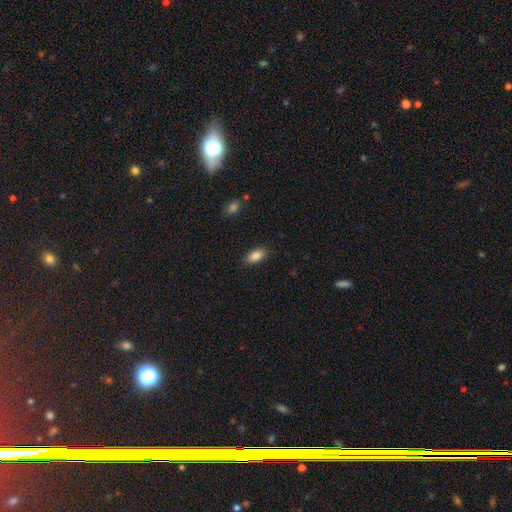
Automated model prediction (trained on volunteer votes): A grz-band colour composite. It shows a smooth galaxy with no disk features (86%) that is in between round and cigar-shaped (89%). Merging: none (86%).